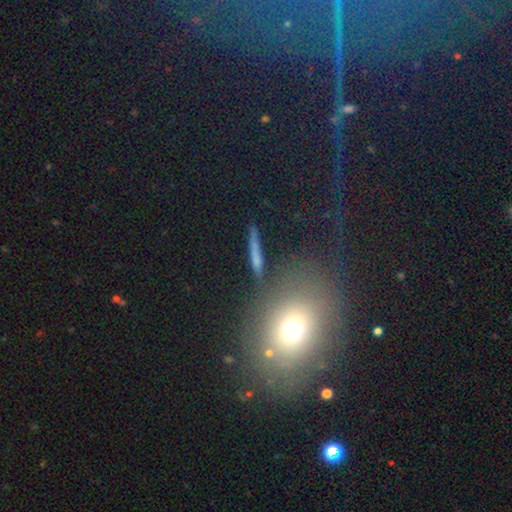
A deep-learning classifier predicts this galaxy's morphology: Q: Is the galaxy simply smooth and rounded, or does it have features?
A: smooth — 57%.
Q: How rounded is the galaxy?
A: cigar-shaped — 77%.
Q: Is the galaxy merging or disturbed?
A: none — 82%.